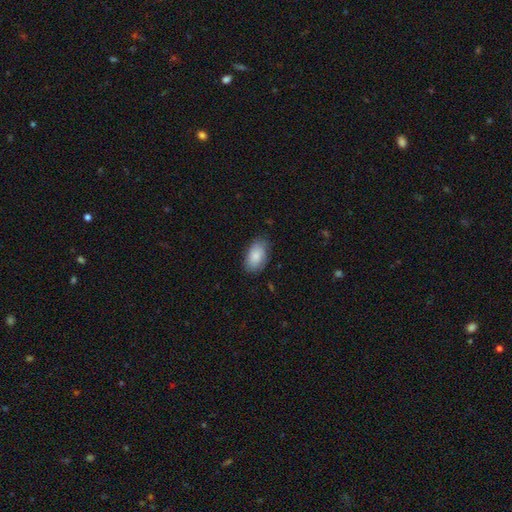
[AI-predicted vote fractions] smooth-or-featured: smooth: 84% | featured or disk: 9% | star or artifact: 6%
  how-rounded: in between: 93% | round: 5% | cigar-shaped: 2%
  merging: none: 76% | minor disturbance: 19% | major disturbance: 4% | merger: 1%